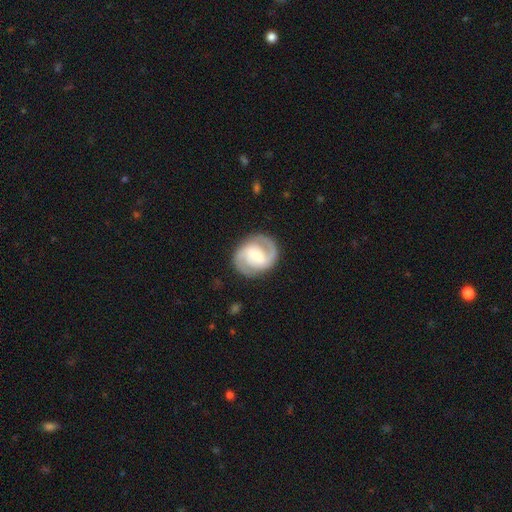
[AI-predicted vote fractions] The model was most divided on "bulge size": moderate: 43%, small: 38%, large: 11%, none: 6%, dominant: 2%. Remaining: edge-on disk — no (98%); spiral arms — yes (95%); spiral arm count — 2 (91%); merging — none (84%); smooth or featured — featured or disk (84%); spiral winding — medium (48%); bar — weak (46%).